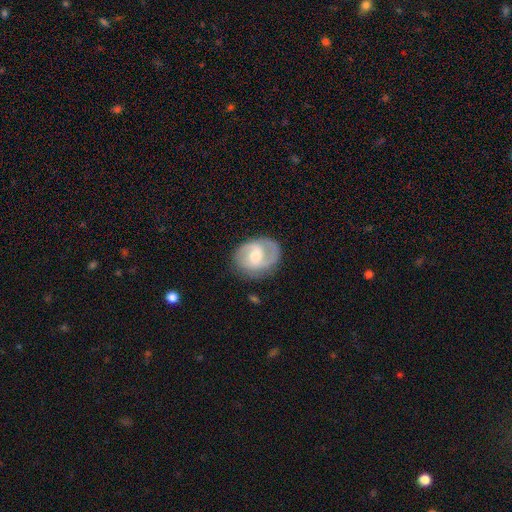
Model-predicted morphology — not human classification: Smooth or featured?
  - featured or disk: 75% *
  - smooth: 19%
  - star or artifact: 5%
Edge-on disk?
  - no: 97% *
  - yes: 3%
Bar?
  - weak: 49% *
  - no: 37%
  - strong: 14%
Spiral arms?
  - yes: 91% *
  - no: 9%
Spiral winding?
  - medium: 50% *
  - tight: 29%
  - loose: 21%
Spiral arm count?
  - 2: 81% *
  - can't tell: 8%
  - 1: 6%
  - 3: 3%
  - 4: 1%
  - more than 4: 1%
Bulge size?
  - moderate: 62% *
  - small: 31%
  - large: 5%
  - none: 1%
  - dominant: 1%
Merging?
  - none: 77% *
  - minor disturbance: 16%
  - major disturbance: 6%
  - merger: 1%